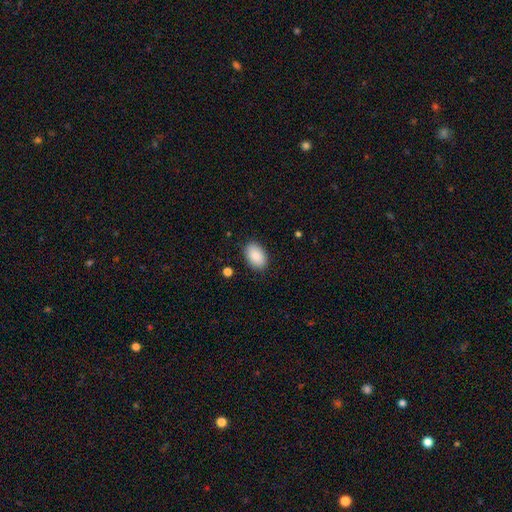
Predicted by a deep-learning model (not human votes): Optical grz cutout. It shows a smooth galaxy with no disk features (89%) that is in between round and cigar-shaped (92%). Merging: none (88%).